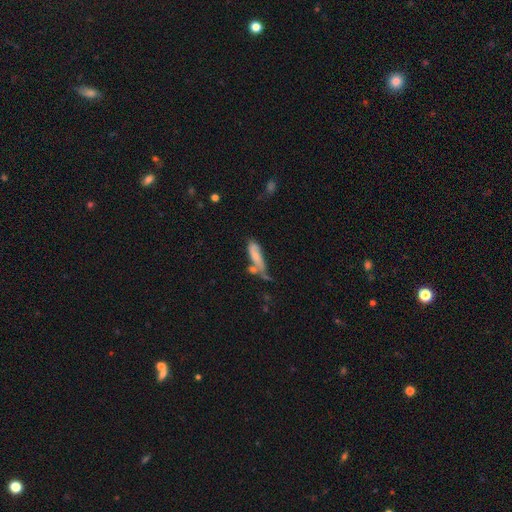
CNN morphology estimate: Overall: smooth (64%; featured or disk 28%). How rounded: cigar-shaped (52%; in between 46%). Merging: merger (33%; none 30%).